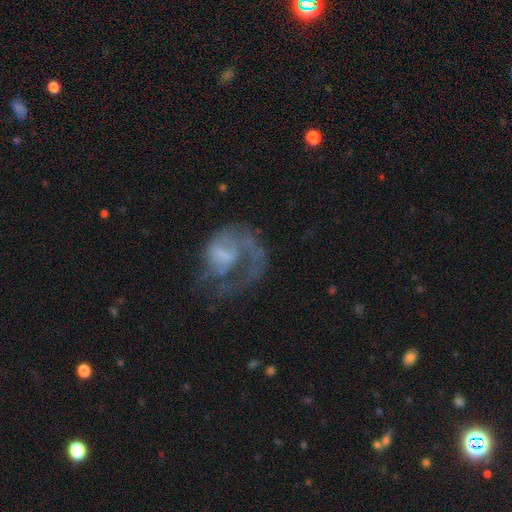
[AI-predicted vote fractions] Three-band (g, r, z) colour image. It shows a featured or disk galaxy (71%) with no bar (64%), 1 (73%) medium (39%) spiral arms (77%) and no central bulge (37%). Merging: none (41%).